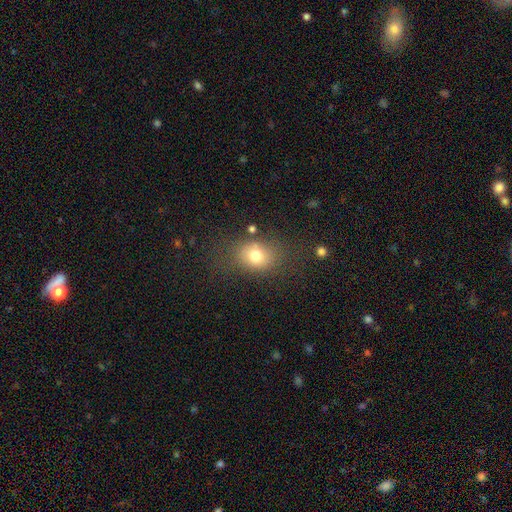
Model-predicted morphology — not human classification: Smooth or featured? smooth (75%)
How rounded? in between (53%)
Merging? none (70%)